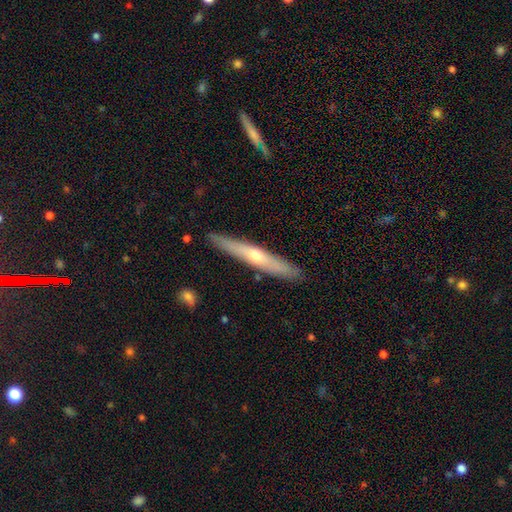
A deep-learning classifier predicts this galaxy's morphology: The model was most divided on "smooth or featured": featured or disk: 54%, smooth: 41%, star or artifact: 5%. More confident: edge-on disk — yes (91%); merging — none (88%).